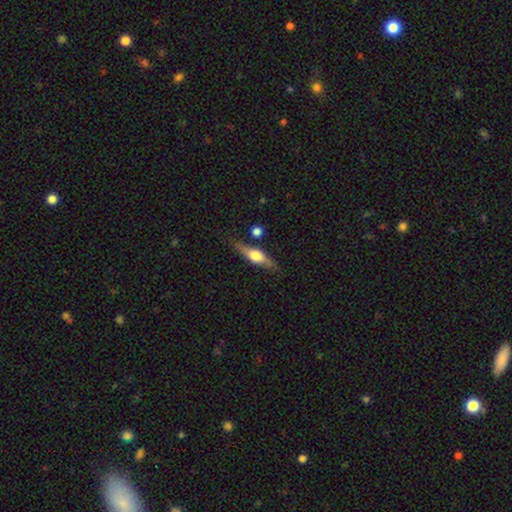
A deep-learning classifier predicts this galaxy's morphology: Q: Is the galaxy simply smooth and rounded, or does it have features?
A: featured or disk — 59%.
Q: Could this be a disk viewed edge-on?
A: yes — 93%.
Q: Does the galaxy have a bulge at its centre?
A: rounded — 92%.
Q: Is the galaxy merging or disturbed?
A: none — 77%.